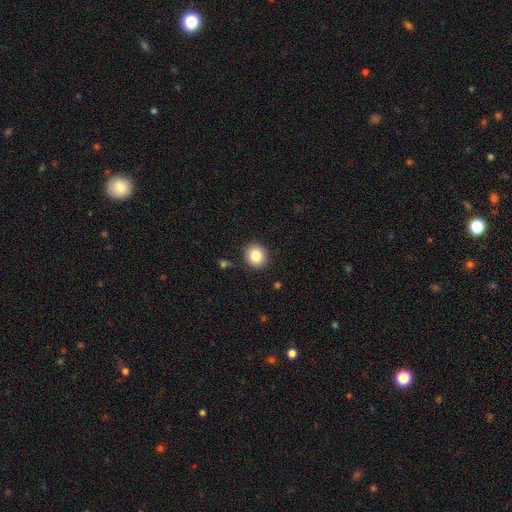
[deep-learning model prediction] Smooth or featured? Predicted: smooth (p=0.84). How rounded? Predicted: round (p=0.83). Merging? Predicted: none (p=0.88).